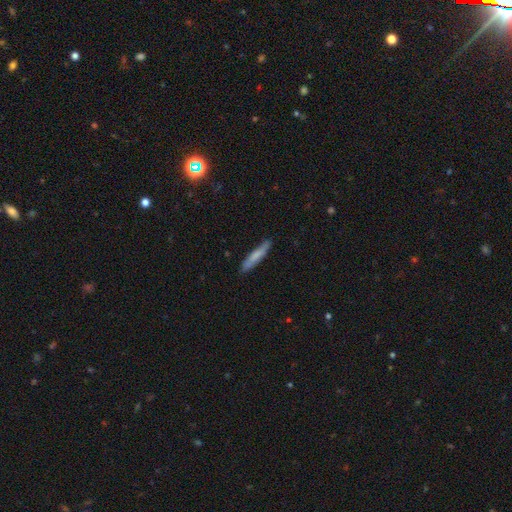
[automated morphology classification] Smooth or featured?
  - smooth: 70% *
  - featured or disk: 25%
  - star or artifact: 6%
How rounded?
  - cigar-shaped: 91% *
  - in between: 7%
  - round: 1%
Merging?
  - none: 83% *
  - minor disturbance: 13%
  - major disturbance: 2%
  - merger: 1%